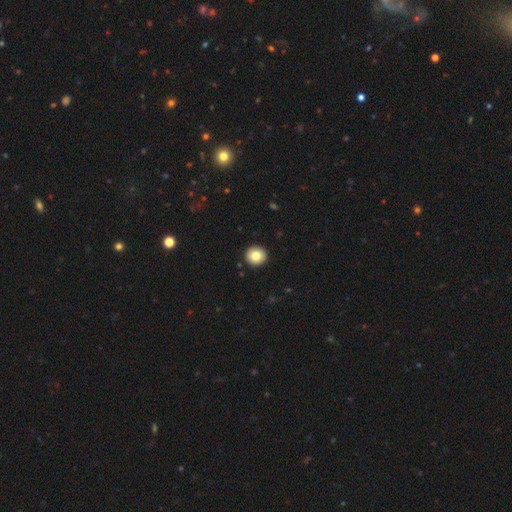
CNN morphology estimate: A smooth galaxy with no disk features (80%) that is round (94%). Merging: none (93%).